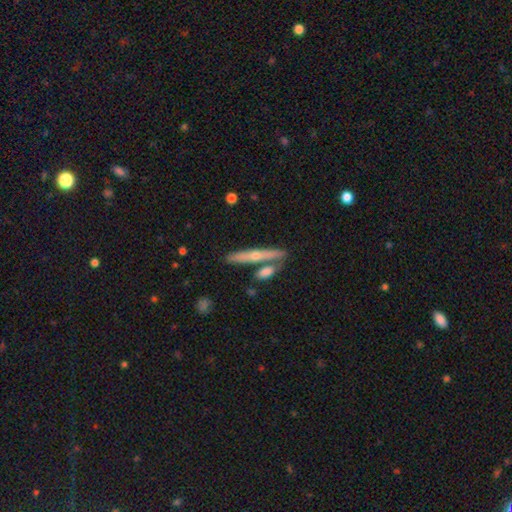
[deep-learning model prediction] Overall: featured or disk (51%; smooth 43%). Edge-on disk: yes (92%). Merging: none (70%).